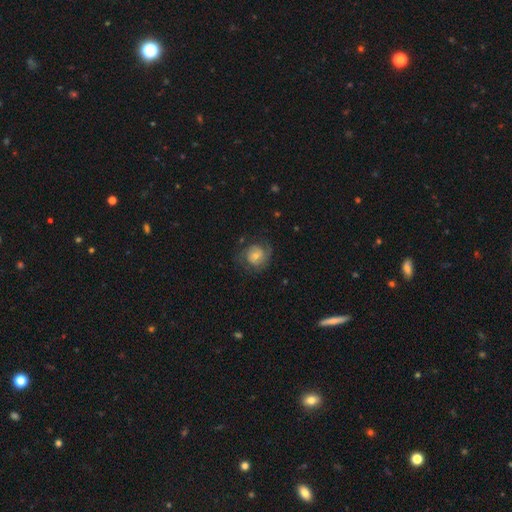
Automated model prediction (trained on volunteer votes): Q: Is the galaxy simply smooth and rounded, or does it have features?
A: featured or disk — 58%.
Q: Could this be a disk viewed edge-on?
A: no — 98%.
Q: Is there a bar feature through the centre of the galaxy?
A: no — 66%.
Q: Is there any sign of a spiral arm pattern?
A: yes — 87%.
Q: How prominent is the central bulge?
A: small — 50%.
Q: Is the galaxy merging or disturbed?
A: none — 64%.